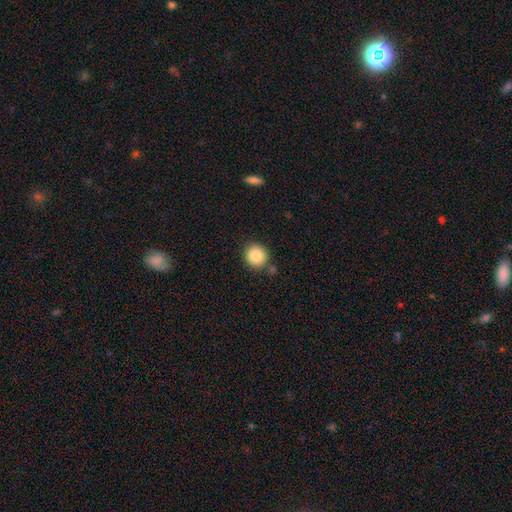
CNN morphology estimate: smooth_or_featured: smooth (p=0.86) [alt: star or artifact p=0.09]
how_rounded: round (p=0.90) [alt: in between p=0.09]
merging: none (p=0.82) [alt: minor disturbance p=0.09]